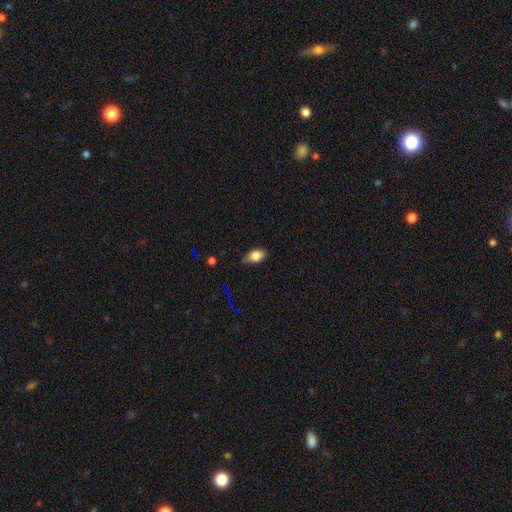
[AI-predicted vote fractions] Smooth or featured?
  - smooth: 79% *
  - featured or disk: 12%
  - star or artifact: 10%
How rounded?
  - in between: 87% *
  - round: 10%
  - cigar-shaped: 4%
Merging?
  - none: 68% *
  - minor disturbance: 26%
  - major disturbance: 4%
  - merger: 2%